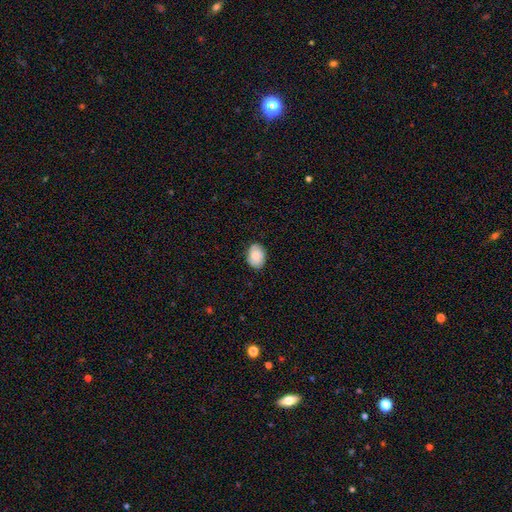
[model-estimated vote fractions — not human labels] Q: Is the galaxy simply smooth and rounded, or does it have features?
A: smooth — 69%.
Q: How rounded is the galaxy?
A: in between — 71%.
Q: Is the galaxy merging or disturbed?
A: none — 83%.